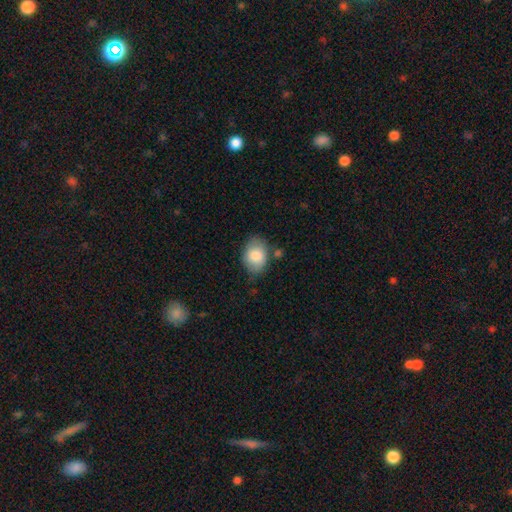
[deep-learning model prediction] Smooth or featured: smooth — 84% (featured or disk — 9%)
How rounded: in between — 73% (round — 26%)
Merging: none — 72% (minor disturbance — 19%)